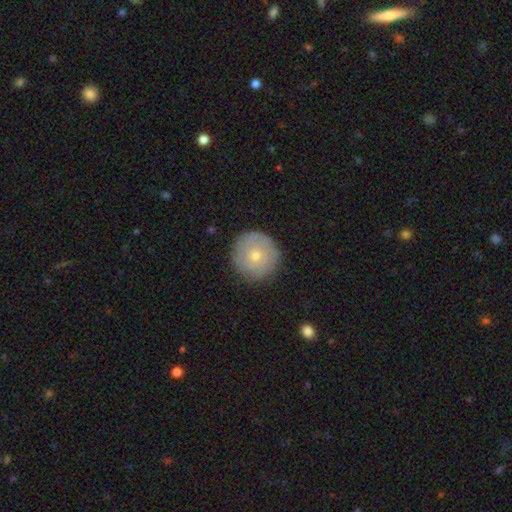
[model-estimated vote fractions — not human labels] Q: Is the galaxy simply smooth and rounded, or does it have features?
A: smooth — 55%.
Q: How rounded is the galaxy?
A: round — 95%.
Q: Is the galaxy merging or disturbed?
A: none — 86%.